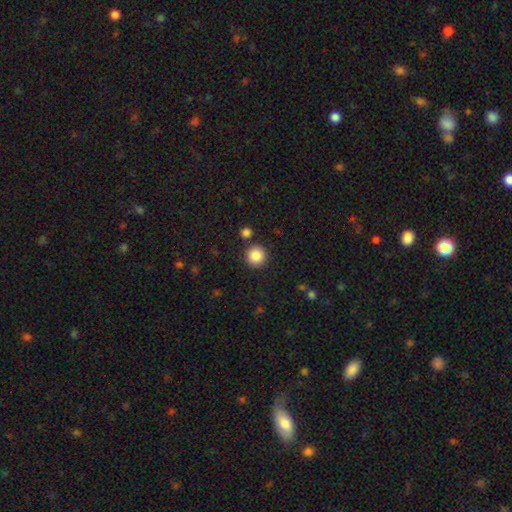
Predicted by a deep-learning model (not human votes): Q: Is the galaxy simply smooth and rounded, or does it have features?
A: smooth — 86%.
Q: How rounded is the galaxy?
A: round — 95%.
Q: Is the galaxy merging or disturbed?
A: none — 88%.